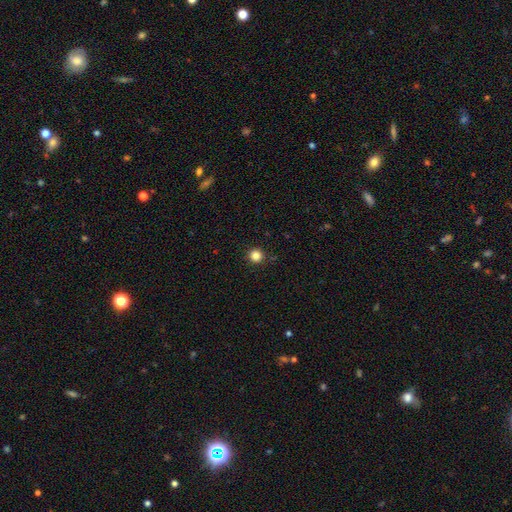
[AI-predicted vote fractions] Morphology: type=smooth (84%); roundness=round (95%); merging=none (92%).